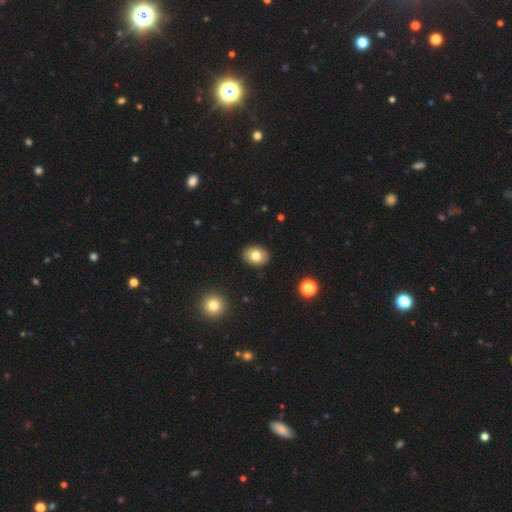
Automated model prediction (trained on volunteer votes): Overall: smooth (79%). How rounded: in between (66%; round 33%). Merging: none (90%).